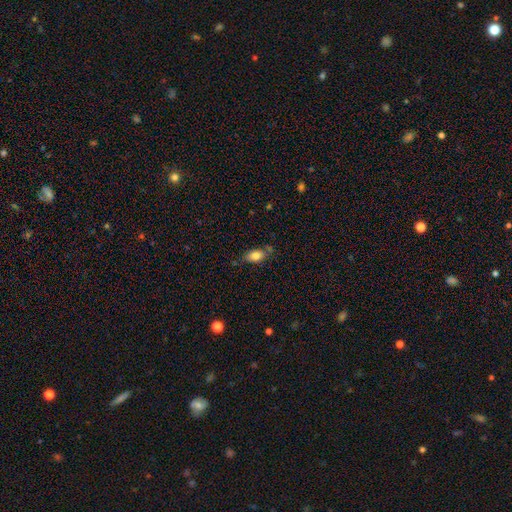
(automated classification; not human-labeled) Overall: smooth (79%). How rounded: in between (89%). Merging: none (69%).